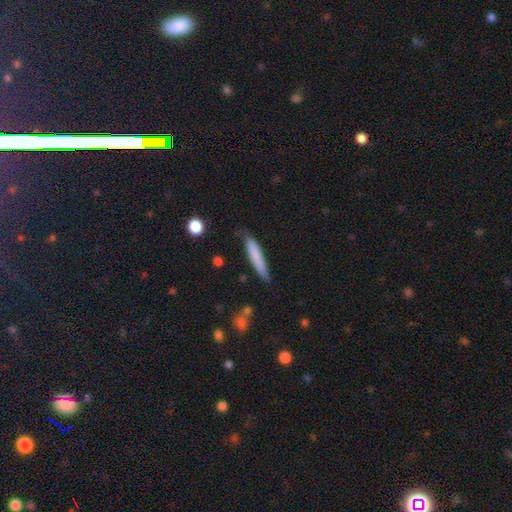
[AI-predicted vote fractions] Morphology: type=smooth (75%); roundness=cigar-shaped (89%); merging=none (72%).